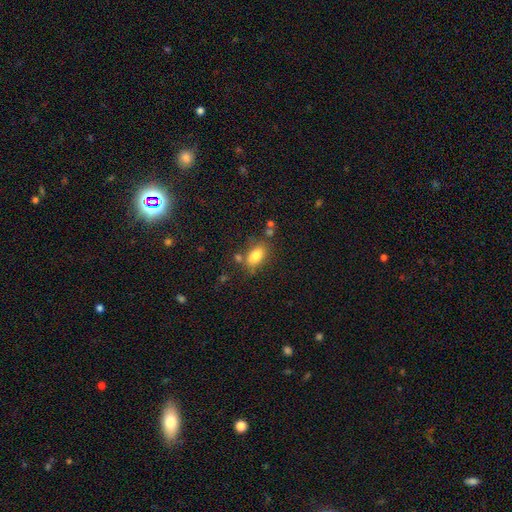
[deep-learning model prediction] smooth 81%, featured or disk 10%, star or artifact 9%. Down the decision tree: how rounded — in between (86%); merging — none (68%).